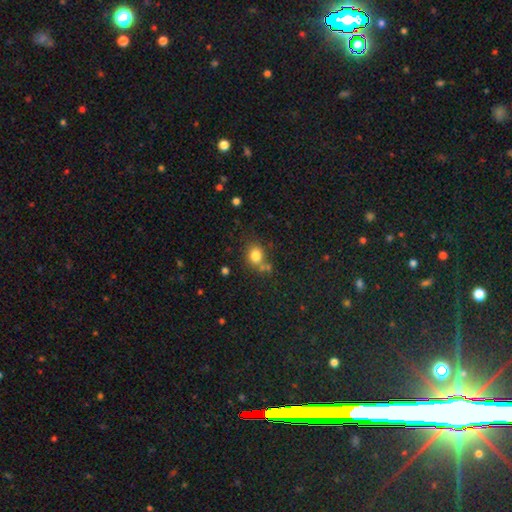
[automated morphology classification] The model was most divided on "how rounded": round: 60%, in between: 38%, cigar-shaped: 1%. More confident: smooth or featured — smooth (80%); merging — none (59%).